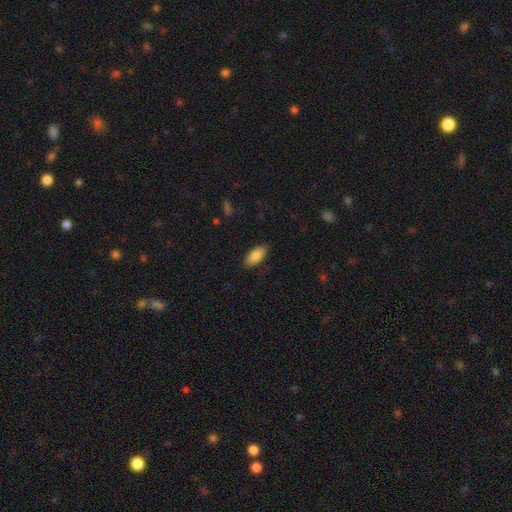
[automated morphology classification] Overall: smooth (85%). How rounded: in between (89%). Merging: none (84%).